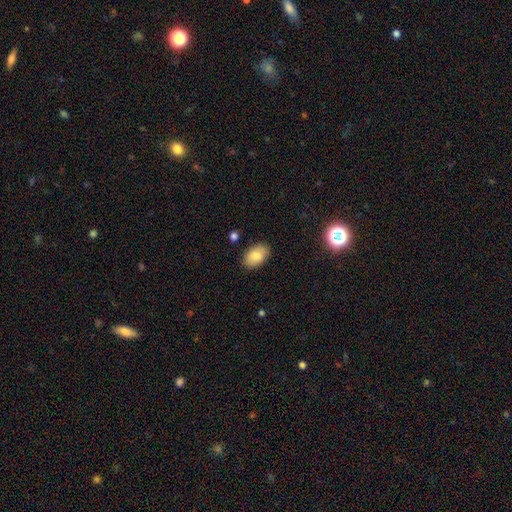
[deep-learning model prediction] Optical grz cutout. It shows a smooth galaxy with no disk features (82%) that is in between round and cigar-shaped (90%). Merging: none (86%).